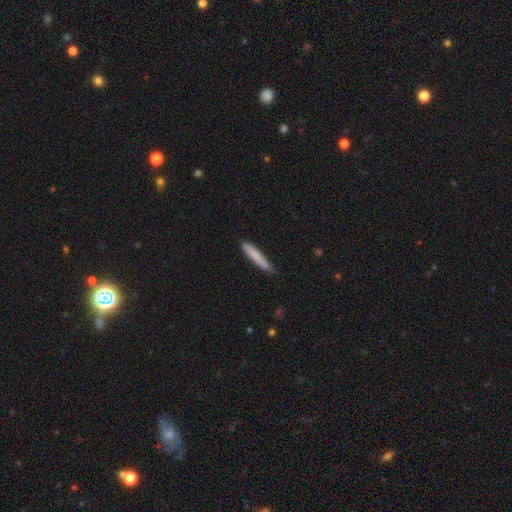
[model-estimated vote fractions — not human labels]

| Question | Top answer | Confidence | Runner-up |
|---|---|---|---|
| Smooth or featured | smooth | 78% | featured or disk (16%) |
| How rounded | cigar-shaped | 94% | in between (5%) |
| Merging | none | 82% | minor disturbance (15%) |